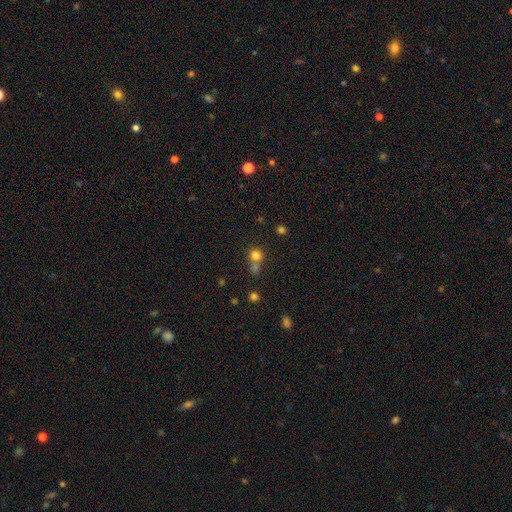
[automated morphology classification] This is likely a smooth galaxy (77%). How rounded: clearly round (87%). Merging: possibly none (52%).